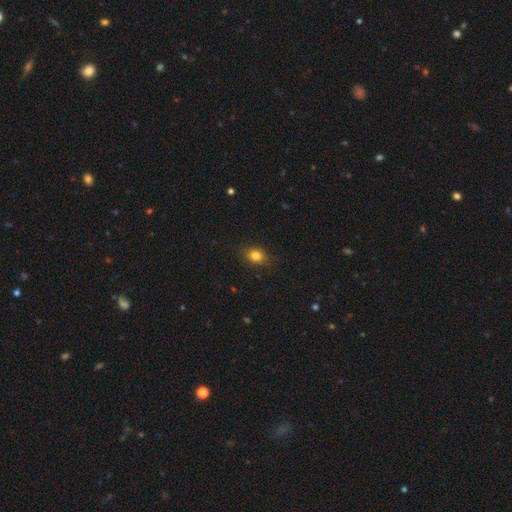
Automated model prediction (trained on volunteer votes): Q: Smooth or featured?
A: smooth (82%); runner-up: star or artifact (11%)
Q: How rounded?
A: in between (56%); runner-up: round (42%)
Q: Merging?
A: none (85%); runner-up: minor disturbance (11%)